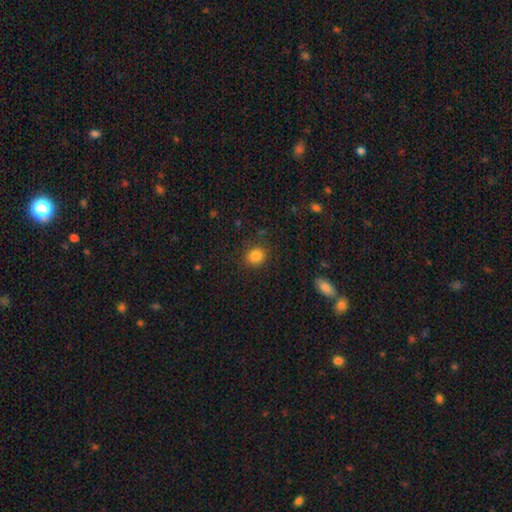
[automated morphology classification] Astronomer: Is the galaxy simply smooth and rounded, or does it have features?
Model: smooth — 84%.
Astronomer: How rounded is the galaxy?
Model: round — 67%.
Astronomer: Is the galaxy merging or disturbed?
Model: none — 84%.